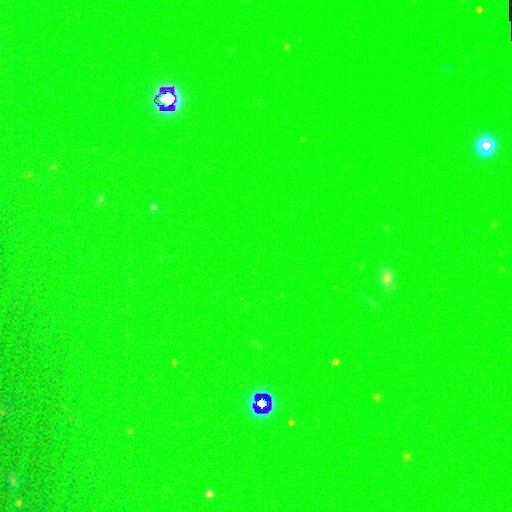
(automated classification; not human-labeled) Overall: star or artifact (77%).